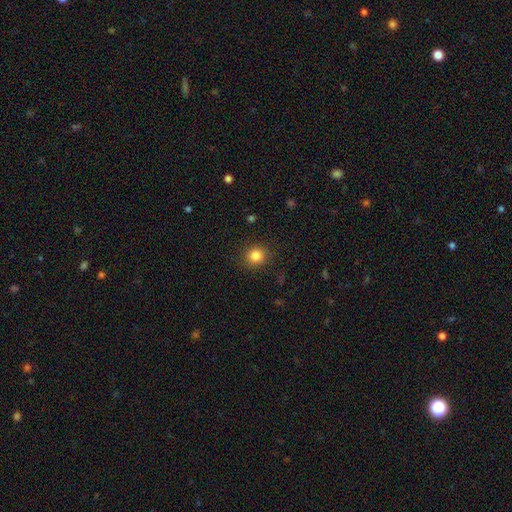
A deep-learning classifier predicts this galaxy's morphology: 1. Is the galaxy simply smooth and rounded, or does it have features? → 84% smooth, 12% star or artifact, 5% featured or disk.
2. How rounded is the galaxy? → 85% round, 14% in between, 1% cigar-shaped.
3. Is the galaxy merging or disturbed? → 89% none, 7% minor disturbance, 3% major disturbance, 1% merger.